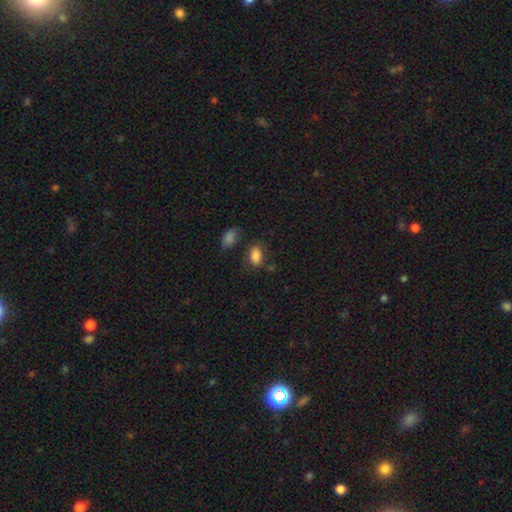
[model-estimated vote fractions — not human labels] Q: Smooth or featured?
A: smooth (85%); runner-up: star or artifact (9%)
Q: How rounded?
A: in between (88%); runner-up: round (10%)
Q: Merging?
A: none (70%); runner-up: minor disturbance (17%)